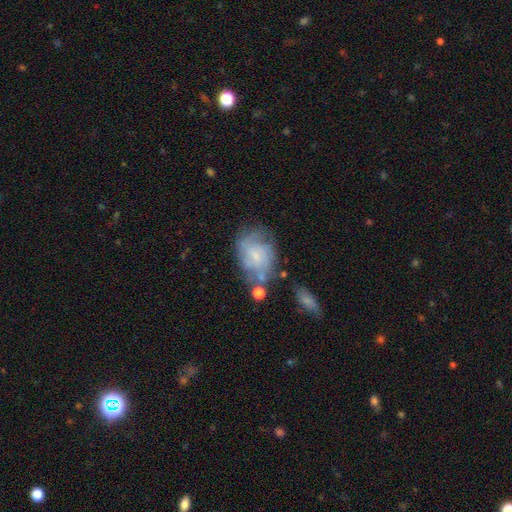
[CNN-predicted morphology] smooth-or-featured: featured or disk: 57% | smooth: 33% | star or artifact: 10%
  disk-edge-on: no: 96% | yes: 4%
    bar: no: 69% | weak: 27% | strong: 4%
    has-spiral-arms: yes: 77% | no: 23%
    bulge-size: small: 68% | moderate: 17% | none: 12% | large: 2% | dominant: 1%
  merging: none: 51% | minor disturbance: 25% | major disturbance: 14% | merger: 10%